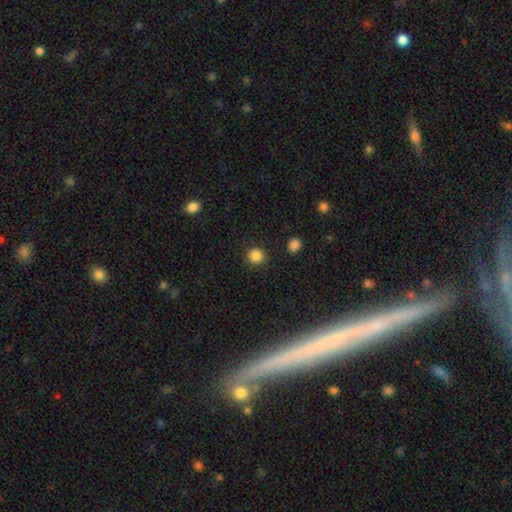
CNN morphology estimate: Overall: smooth (86%). How rounded: round (93%). Merging: none (91%).